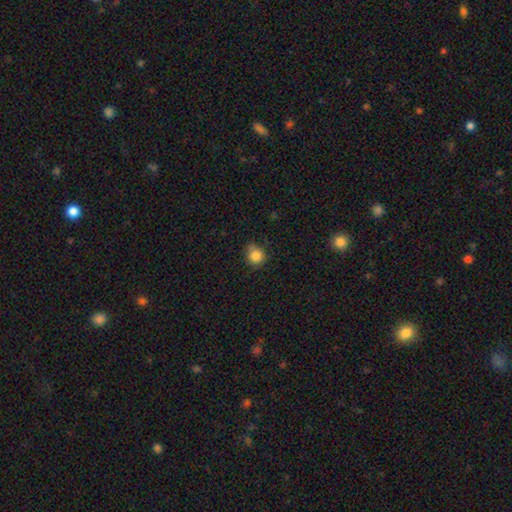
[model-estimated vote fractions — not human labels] Smooth or featured? Predicted: smooth (p=0.85). How rounded? Predicted: round (p=0.78). Merging? Predicted: none (p=0.67).